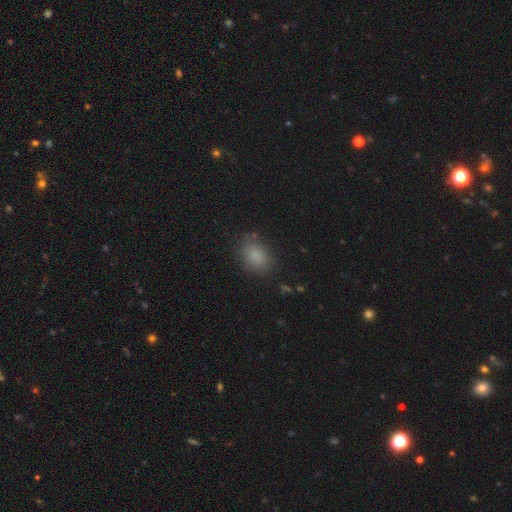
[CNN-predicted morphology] A smooth galaxy with no disk features (83%) that is in between round and cigar-shaped (69%).

Vote fractions:
- Smooth or featured? smooth: 83% / star or artifact: 11% / featured or disk: 6%
- How rounded? in between: 69% / round: 29% / cigar-shaped: 1%
- Merging? none: 79% / minor disturbance: 14% / major disturbance: 4% / merger: 2%